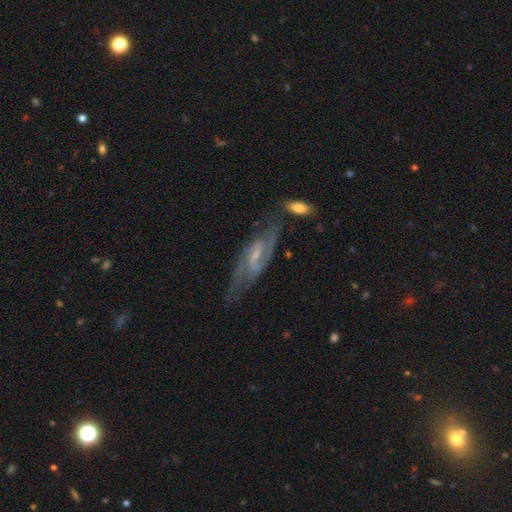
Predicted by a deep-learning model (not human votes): This appears to be a featured or disk galaxy (84%) with a weak bar (53%), 2 (84%) medium (49%) spiral arms (94%) and a small central bulge (62%). Merging: none (64%).